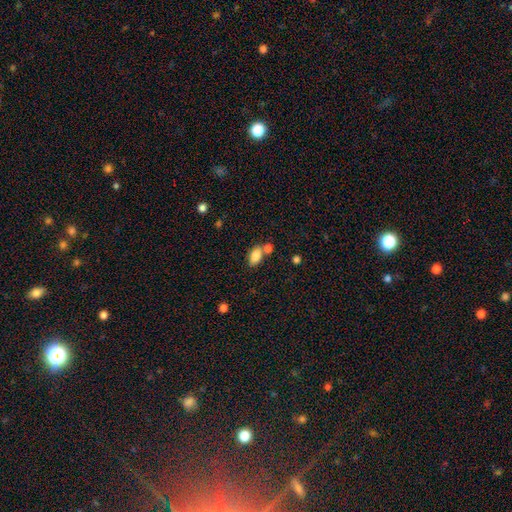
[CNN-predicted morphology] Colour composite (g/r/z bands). It shows a smooth galaxy with no disk features (85%) that is in between round and cigar-shaped (90%). Merging: none (54%).